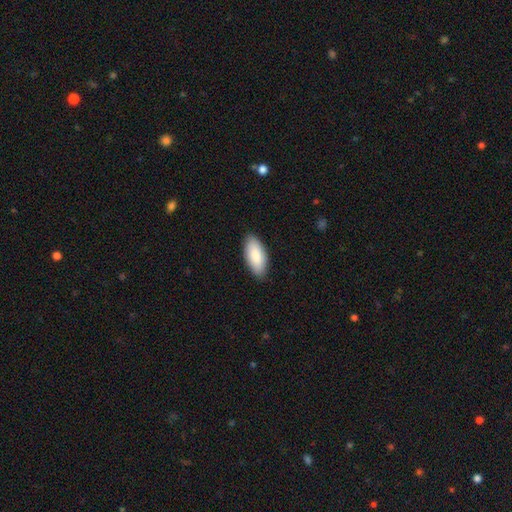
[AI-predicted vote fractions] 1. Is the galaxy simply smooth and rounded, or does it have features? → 86% smooth, 9% featured or disk, 5% star or artifact.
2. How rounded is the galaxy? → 89% in between, 10% cigar-shaped, 2% round.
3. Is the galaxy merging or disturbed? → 87% none, 10% minor disturbance, 2% major disturbance, 1% merger.